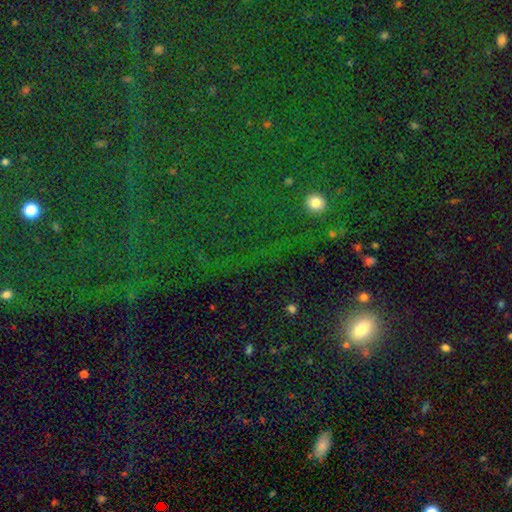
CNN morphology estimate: A star or artifact, not a galaxy (70%).